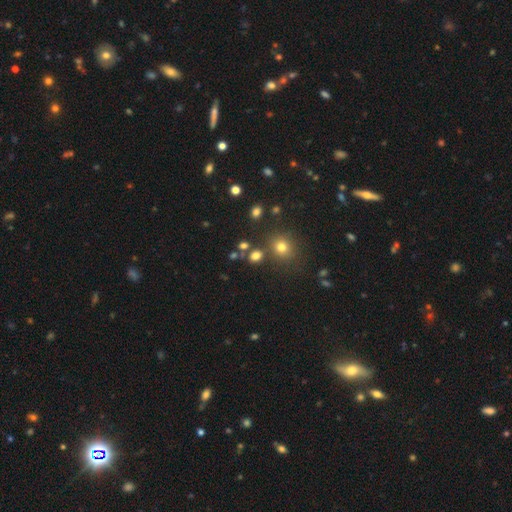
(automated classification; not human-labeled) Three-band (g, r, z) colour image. It shows a smooth galaxy with no disk features (74%) that is round (57%). Merging: none (68%).